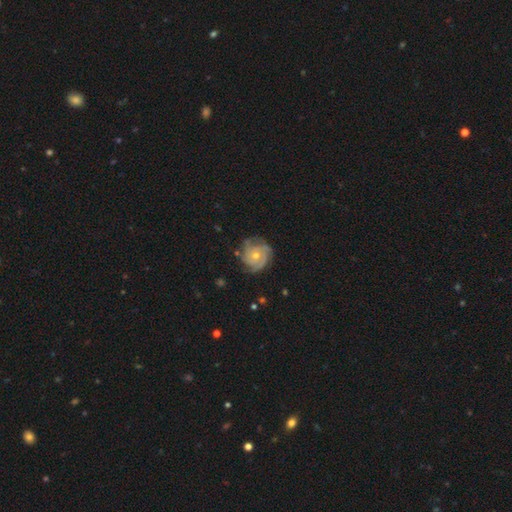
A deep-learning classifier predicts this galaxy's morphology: Overall: featured or disk (84%). Edge-on disk: no (98%). Bar: no (81%). Spiral arms: yes (96%). Spiral arm count: 3 (45%; can't tell 15%). Spiral winding: tight (64%; medium 29%). Bulge size: small (52%; moderate 45%). Merging: none (74%).